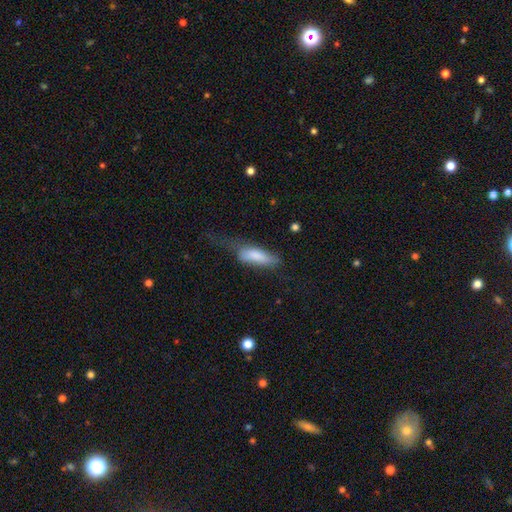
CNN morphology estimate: Overall: smooth (77%). How rounded: in between (62%; cigar-shaped 36%). Merging: major disturbance (39%; minor disturbance 30%).